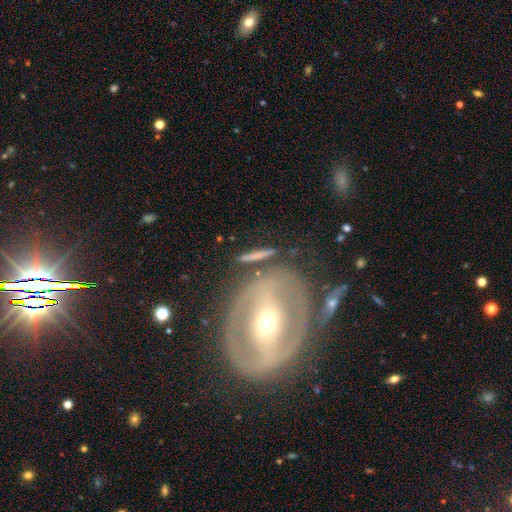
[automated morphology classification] Smooth or featured: smooth — 59% (featured or disk — 32%)
How rounded: cigar-shaped — 72% (in between — 19%)
Merging: none — 72% (minor disturbance — 13%)